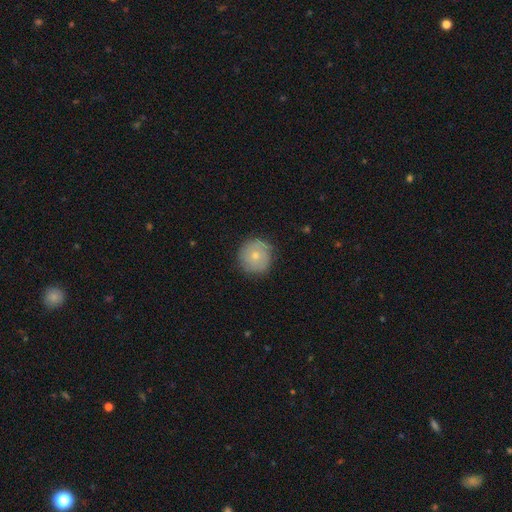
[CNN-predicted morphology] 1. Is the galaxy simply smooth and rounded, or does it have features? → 57% smooth, 35% featured or disk, 8% star or artifact.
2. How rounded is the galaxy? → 94% round, 5% in between, 1% cigar-shaped.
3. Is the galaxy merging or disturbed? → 76% none, 18% minor disturbance, 4% major disturbance, 1% merger.